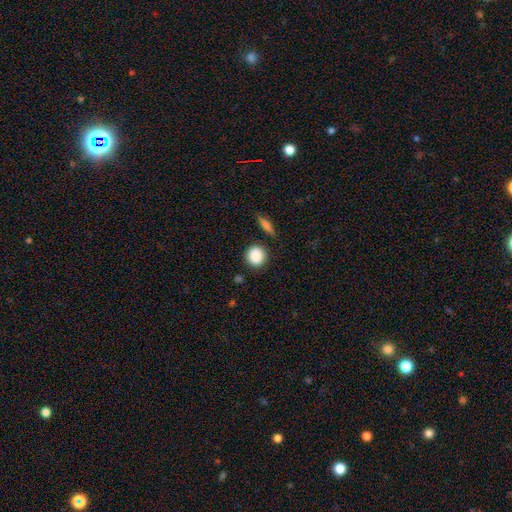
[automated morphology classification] A smooth galaxy with no disk features (88%) that is round (87%). Merging: none (84%).